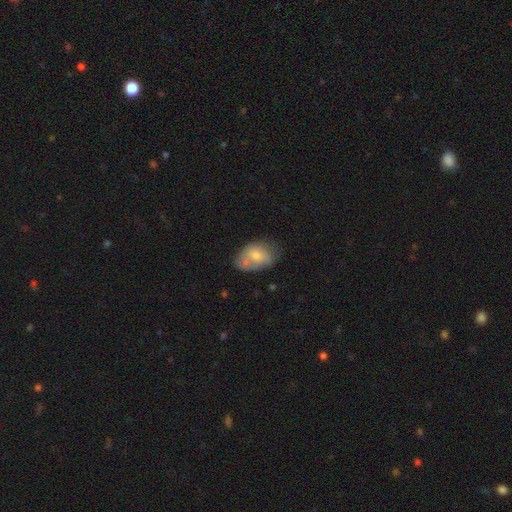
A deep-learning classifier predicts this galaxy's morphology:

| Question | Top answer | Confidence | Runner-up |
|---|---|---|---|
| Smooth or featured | smooth | 65% | featured or disk (28%) |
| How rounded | in between | 87% | round (12%) |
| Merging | none | 42% | minor disturbance (34%) |